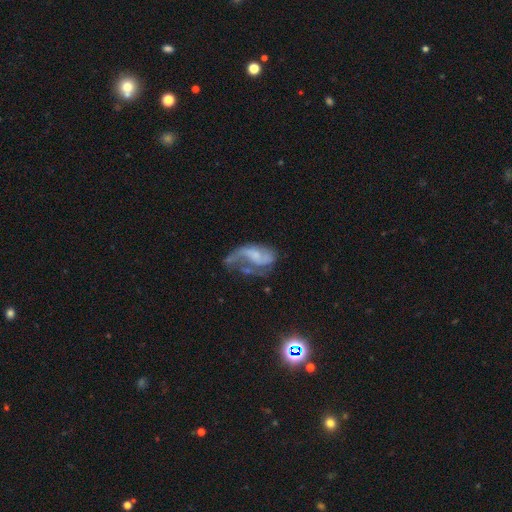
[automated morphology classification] A featured or disk galaxy (70%) with no bar (58%), 2 (48%) loose (52%) spiral arms (78%) and no central bulge (37%).

Vote fractions:
- Smooth or featured? featured or disk: 70% / smooth: 21% / star or artifact: 9%
- Edge-on disk? no: 96% / yes: 4%
- Bar? no: 58% / weak: 34% / strong: 9%
- Spiral arms? yes: 78% / no: 22%
- Spiral winding? loose: 52% / medium: 35% / tight: 13%
- Spiral arm count? 2: 48% / 1: 35% / can't tell: 12% / 3: 3% / 4: 1% / more than 4: 1%
- Bulge size? none: 37% / small: 36% / moderate: 20% / large: 5% / dominant: 2%
- Merging? major disturbance: 45% / none: 25% / minor disturbance: 20% / merger: 9%